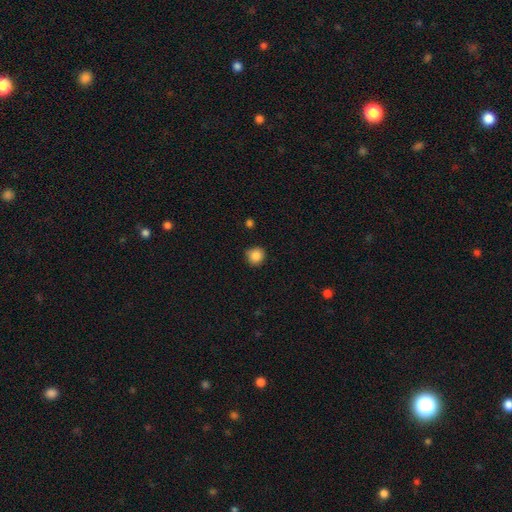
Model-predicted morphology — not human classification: type=smooth (85%); roundness=round (90%); merging=none (82%).